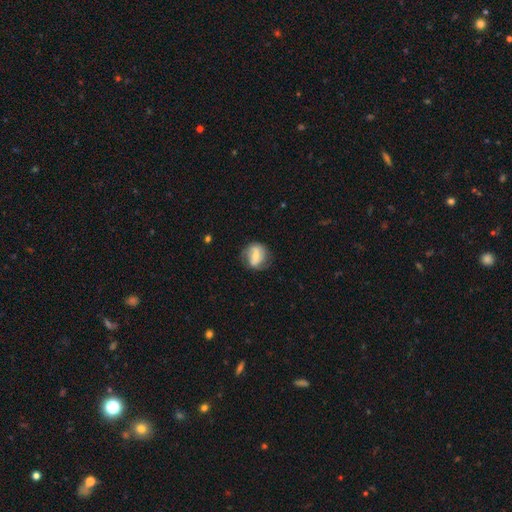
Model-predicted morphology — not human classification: Smooth or featured? Predicted: featured or disk (p=0.55). Edge-on disk? Predicted: no (p=0.95). Bar? Predicted: strong (p=0.43). Spiral arms? Predicted: yes (p=0.74). Bulge size? Predicted: small (p=0.47). Merging? Predicted: none (p=0.67).